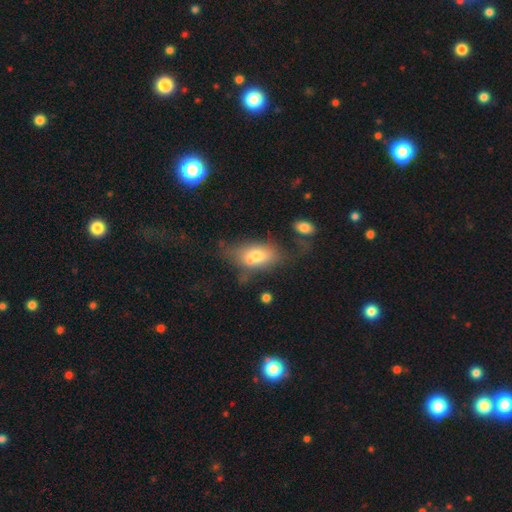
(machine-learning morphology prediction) type=smooth (66%); roundness=in between (87%); merging=none (41%).